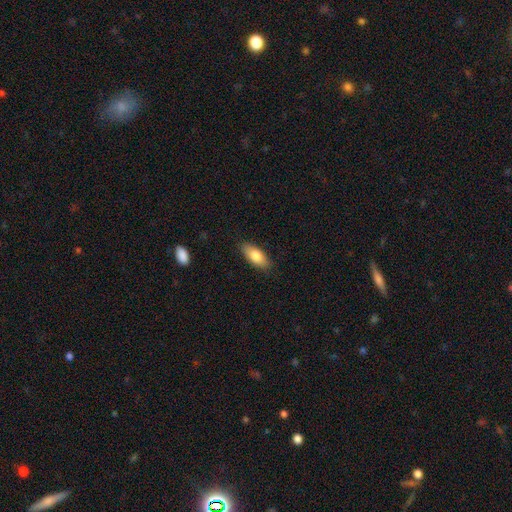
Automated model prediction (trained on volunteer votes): Q: Smooth or featured?
A: smooth (79%); runner-up: featured or disk (14%)
Q: How rounded?
A: in between (82%); runner-up: cigar-shaped (15%)
Q: Merging?
A: none (86%); runner-up: minor disturbance (11%)